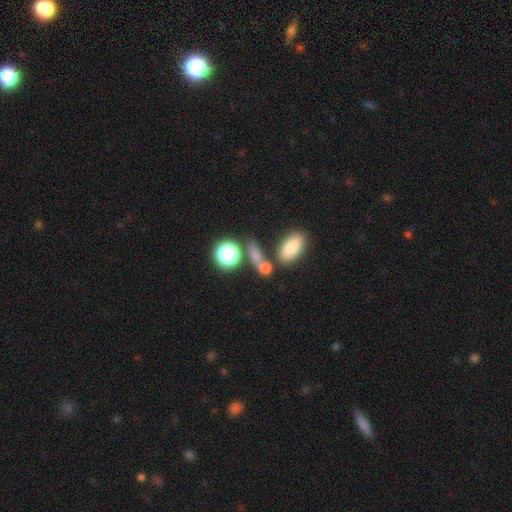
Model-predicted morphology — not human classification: Smooth or featured? Predicted: smooth (p=0.68). How rounded? Predicted: in between (p=0.45). Merging? Predicted: none (p=0.55).